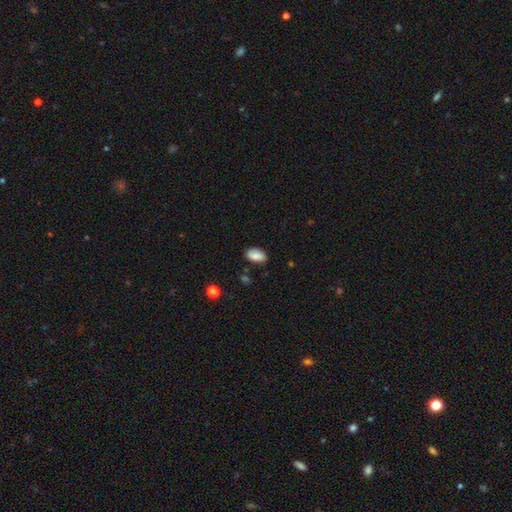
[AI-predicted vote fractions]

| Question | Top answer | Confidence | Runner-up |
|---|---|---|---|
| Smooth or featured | smooth | 83% | featured or disk (9%) |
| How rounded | in between | 93% | round (5%) |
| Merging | none | 79% | minor disturbance (15%) |